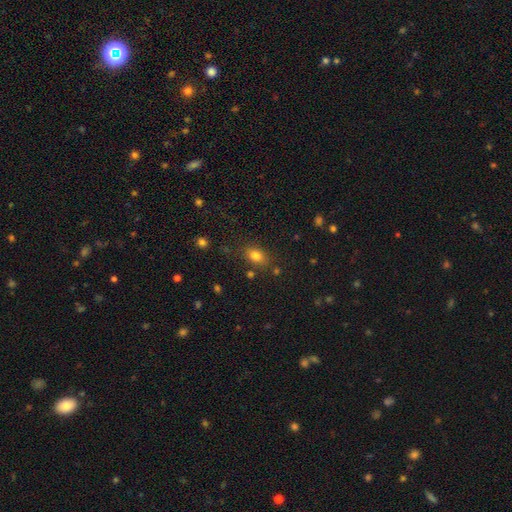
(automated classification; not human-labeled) smooth-or-featured: smooth: 81% | star or artifact: 12% | featured or disk: 7%
  how-rounded: in between: 77% | round: 21% | cigar-shaped: 2%
  merging: none: 79% | minor disturbance: 13% | merger: 4% | major disturbance: 4%